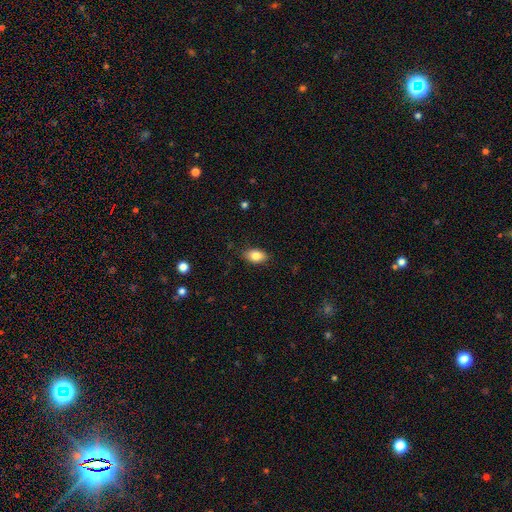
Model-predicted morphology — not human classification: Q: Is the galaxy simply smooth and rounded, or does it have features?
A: smooth — 83%.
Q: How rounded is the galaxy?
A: in between — 90%.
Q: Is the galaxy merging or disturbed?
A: none — 85%.